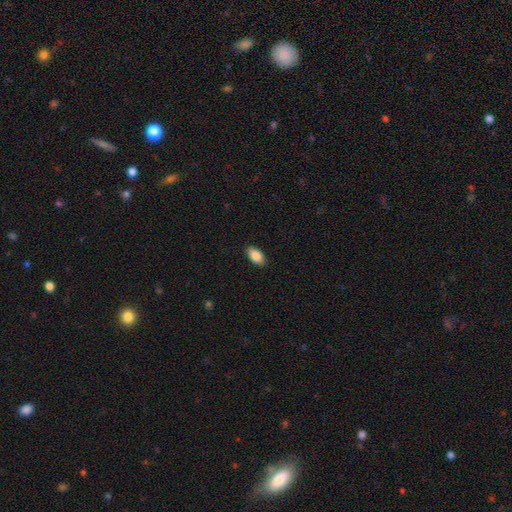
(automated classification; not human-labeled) A smooth galaxy with no disk features (87%) that is in between round and cigar-shaped (93%). Merging: none (89%).